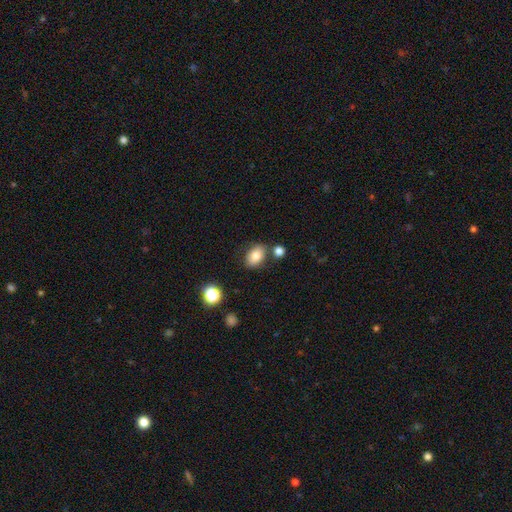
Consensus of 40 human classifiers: smooth_or_featured: smooth (p=0.70) [alt: featured or disk p=0.23]
how_rounded: in between (p=0.82) [alt: round p=0.18]
merging: none (p=0.78) [alt: minor disturbance p=0.16]